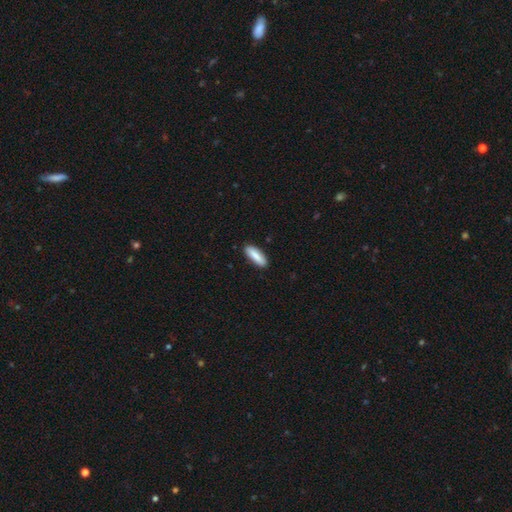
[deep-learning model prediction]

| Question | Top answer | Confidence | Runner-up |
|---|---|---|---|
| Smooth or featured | smooth | 87% | featured or disk (8%) |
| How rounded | in between | 53% | cigar-shaped (45%) |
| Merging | none | 88% | minor disturbance (9%) |